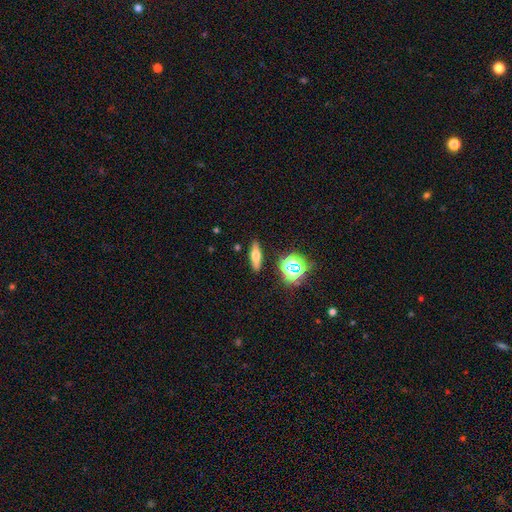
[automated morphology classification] type=smooth (54%); roundness=cigar-shaped (52%); merging=none (87%).